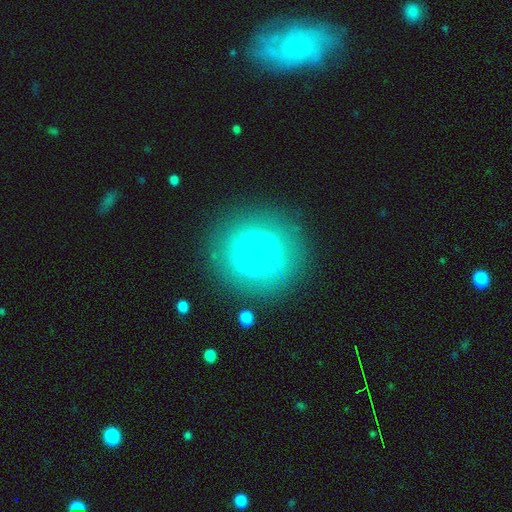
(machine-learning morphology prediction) smooth-or-featured: featured or disk: 56% | smooth: 35% | star or artifact: 8%
  disk-edge-on: no: 96% | yes: 4%
    bar: no: 75% | weak: 18% | strong: 7%
    has-spiral-arms: no: 69% | yes: 31%
    bulge-size: small: 76% | moderate: 15% | none: 6% | large: 2% | dominant: 1%
  merging: none: 84% | minor disturbance: 10% | major disturbance: 5% | merger: 1%